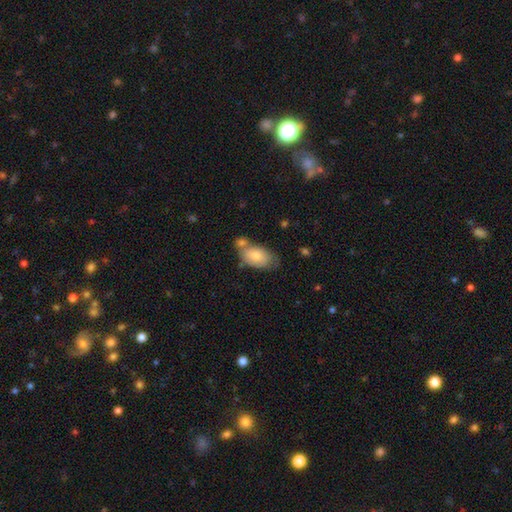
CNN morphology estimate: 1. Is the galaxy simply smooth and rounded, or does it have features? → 77% smooth, 16% featured or disk, 6% star or artifact.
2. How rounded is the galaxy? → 92% in between, 6% round, 2% cigar-shaped.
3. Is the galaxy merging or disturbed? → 45% none, 28% merger, 22% minor disturbance, 6% major disturbance.